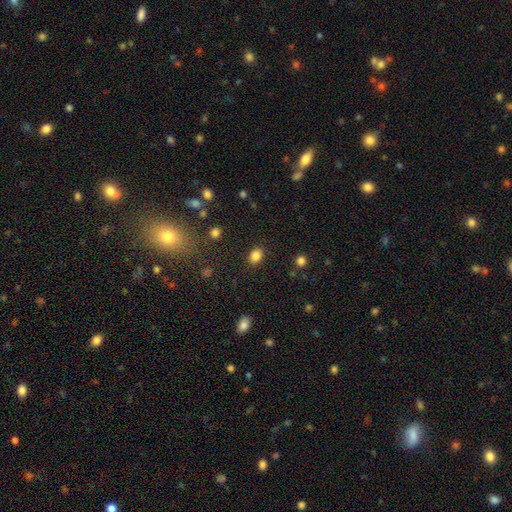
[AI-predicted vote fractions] smooth-or-featured: smooth: 85% | star or artifact: 11% | featured or disk: 5%
  how-rounded: in between: 68% | round: 31% | cigar-shaped: 1%
  merging: none: 86% | minor disturbance: 9% | major disturbance: 3% | merger: 2%